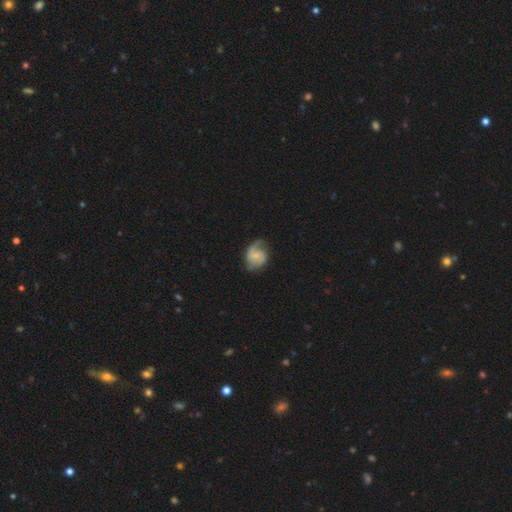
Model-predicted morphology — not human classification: Smooth or featured: featured or disk — 70% (smooth — 23%)
Edge-on disk: no — 98% (yes — 2%)
Bar: no — 53% (weak — 39%)
Spiral arms: yes — 94% (no — 6%)
Spiral winding: medium — 46% (loose — 33%)
Spiral arm count: 2 — 82% (1 — 8%)
Bulge size: small — 54% (moderate — 21%)
Merging: none — 65% (minor disturbance — 23%)